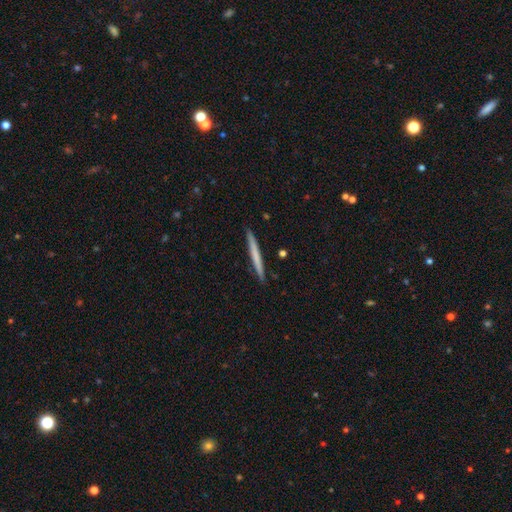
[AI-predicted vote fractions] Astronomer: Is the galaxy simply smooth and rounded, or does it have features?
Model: smooth — 59% (runner-up: featured or disk, 36%).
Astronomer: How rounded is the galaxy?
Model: cigar-shaped — 97%.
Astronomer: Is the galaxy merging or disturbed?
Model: none — 92%.